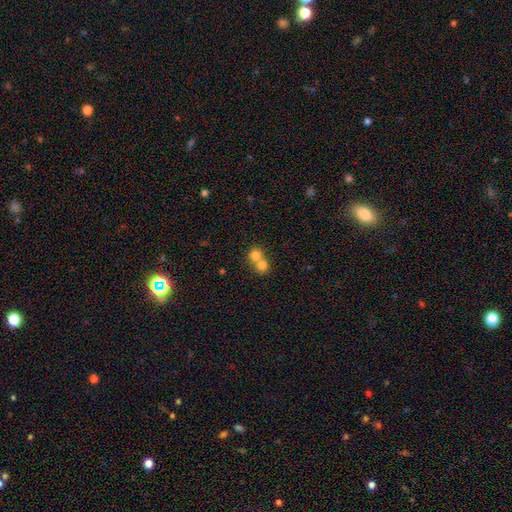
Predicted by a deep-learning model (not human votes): Smooth or featured? Predicted: smooth (p=0.77). How rounded? Predicted: round (p=0.84). Merging? Predicted: merger (p=0.64).